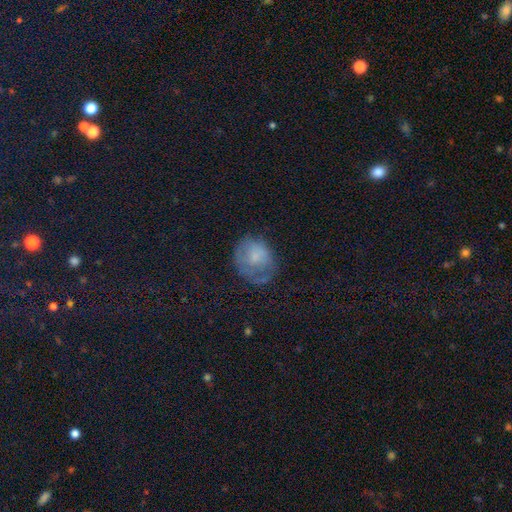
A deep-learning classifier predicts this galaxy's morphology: Smooth or featured: smooth — 57% (featured or disk — 32%)
How rounded: round — 59% (in between — 40%)
Merging: none — 47% (minor disturbance — 28%)